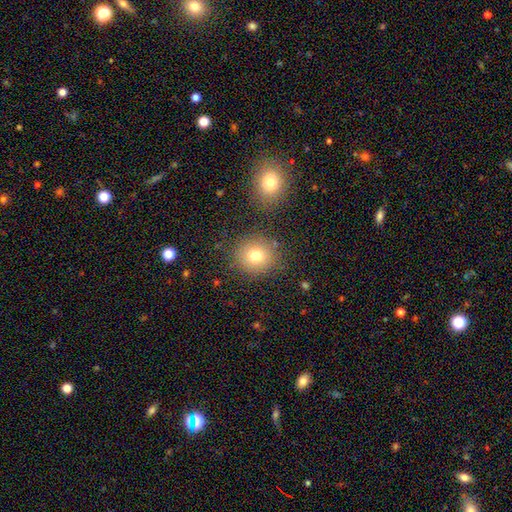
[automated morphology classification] smooth-or-featured: smooth: 75% | star or artifact: 14% | featured or disk: 10%
  how-rounded: round: 87% | in between: 12% | cigar-shaped: 1%
  merging: none: 82% | minor disturbance: 9% | merger: 5% | major disturbance: 4%